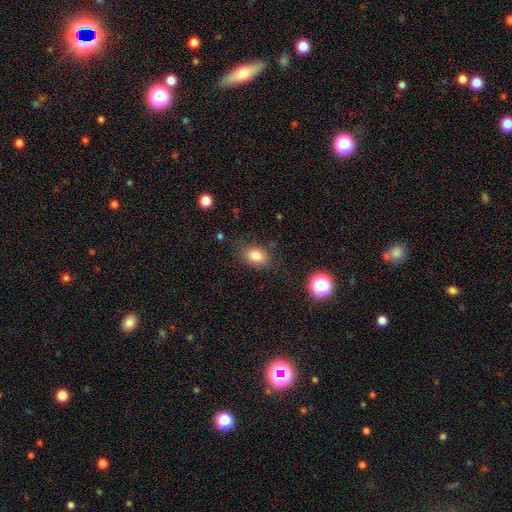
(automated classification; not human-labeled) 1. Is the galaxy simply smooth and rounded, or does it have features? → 82% smooth, 11% star or artifact, 8% featured or disk.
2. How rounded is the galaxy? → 78% in between, 20% round, 2% cigar-shaped.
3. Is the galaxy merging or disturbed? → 78% none, 15% minor disturbance, 5% major disturbance, 2% merger.